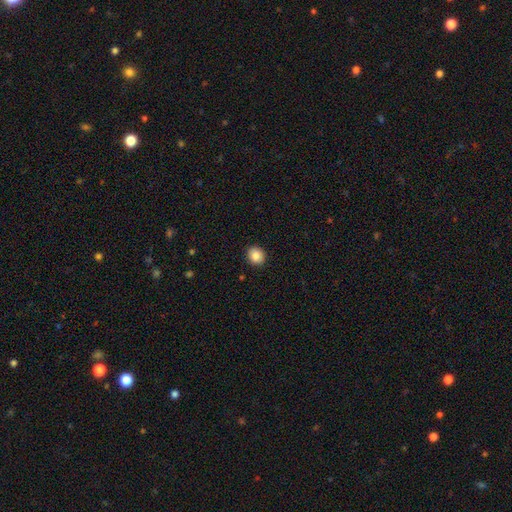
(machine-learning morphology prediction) type=smooth (86%); roundness=round (75%); merging=none (91%).